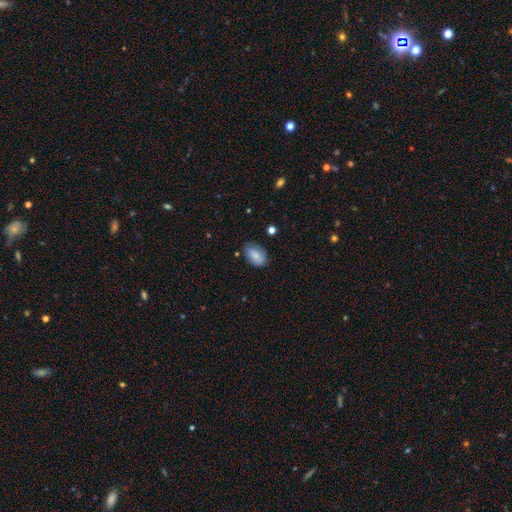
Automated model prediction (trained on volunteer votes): smooth 82%, featured or disk 11%, star or artifact 7%. Down the decision tree: how rounded — in between (88%); merging — none (72%).